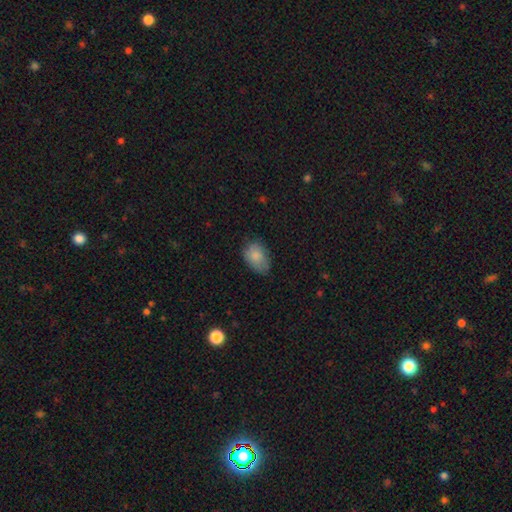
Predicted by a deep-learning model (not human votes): smooth-or-featured: smooth: 84% | featured or disk: 9% | star or artifact: 7%
  how-rounded: in between: 85% | round: 14% | cigar-shaped: 1%
  merging: none: 64% | minor disturbance: 29% | major disturbance: 6% | merger: 1%